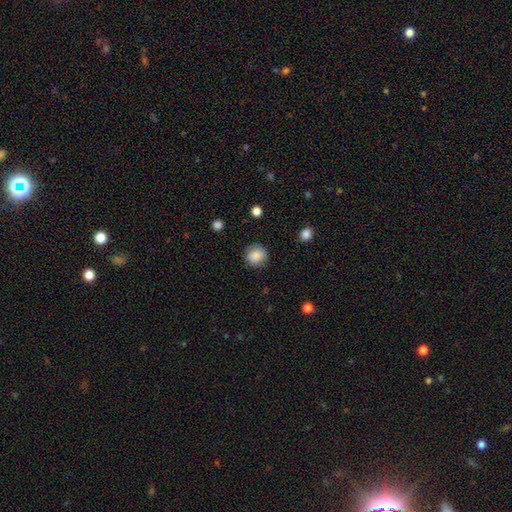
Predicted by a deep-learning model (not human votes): A smooth galaxy with no disk features (87%) that is round (91%). Merging: none (85%).